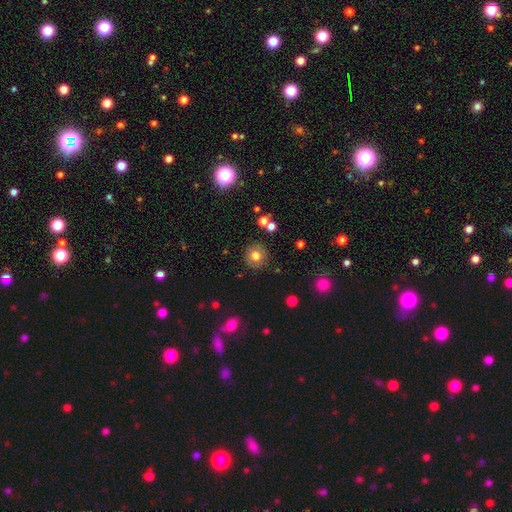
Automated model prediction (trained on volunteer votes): Overall: smooth (75%). How rounded: round (92%). Merging: none (87%).